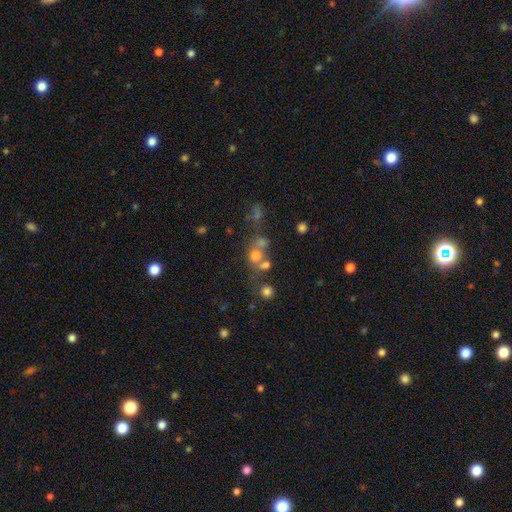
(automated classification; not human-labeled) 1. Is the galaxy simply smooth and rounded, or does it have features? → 59% smooth, 21% star or artifact, 20% featured or disk.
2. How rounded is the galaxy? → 78% round, 20% in between, 1% cigar-shaped.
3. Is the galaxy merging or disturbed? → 44% merger, 40% none, 9% minor disturbance, 7% major disturbance.